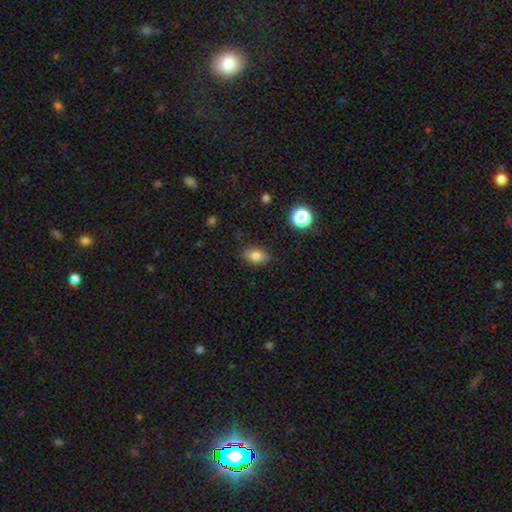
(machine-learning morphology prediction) smooth-or-featured: smooth: 74% | featured or disk: 15% | star or artifact: 11%
  how-rounded: in between: 80% | round: 13% | cigar-shaped: 6%
  merging: none: 84% | minor disturbance: 12% | major disturbance: 3% | merger: 1%